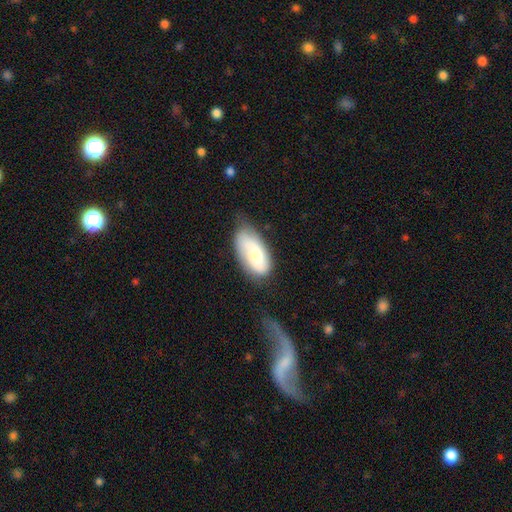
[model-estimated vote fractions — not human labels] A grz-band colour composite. It shows a smooth galaxy with no disk features (58%) that is in between round and cigar-shaped (93%). Merging: none (53%).